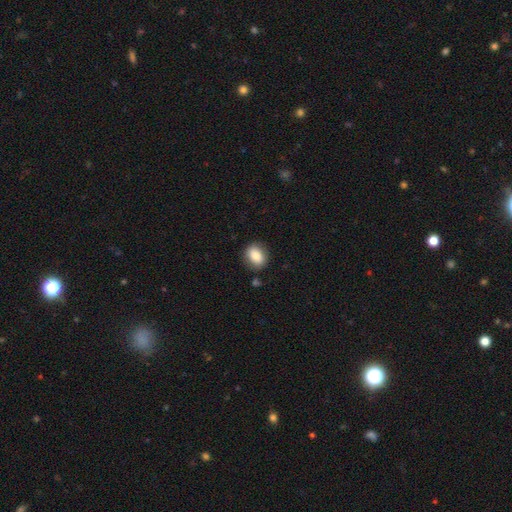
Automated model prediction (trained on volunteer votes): This is clearly a smooth galaxy (84%). How rounded: likely in between (61%). Merging: clearly none (83%).